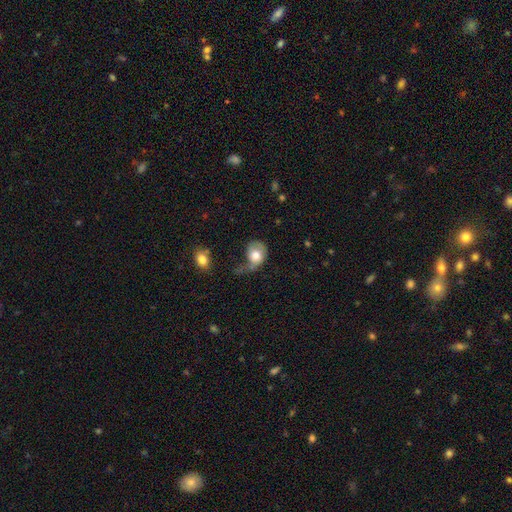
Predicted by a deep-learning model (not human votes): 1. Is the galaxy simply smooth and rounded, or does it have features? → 66% smooth, 27% featured or disk, 7% star or artifact.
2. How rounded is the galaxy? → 52% round, 47% in between, 1% cigar-shaped.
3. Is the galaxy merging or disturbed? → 41% major disturbance, 25% minor disturbance, 24% none, 10% merger.